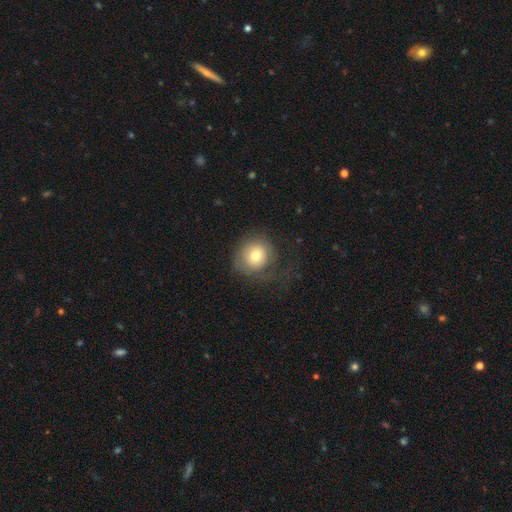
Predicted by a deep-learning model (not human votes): The model was most divided on "merging": none: 55%, major disturbance: 24%, minor disturbance: 20%, merger: 1%. More confident: how rounded — round (86%); smooth or featured — smooth (71%).